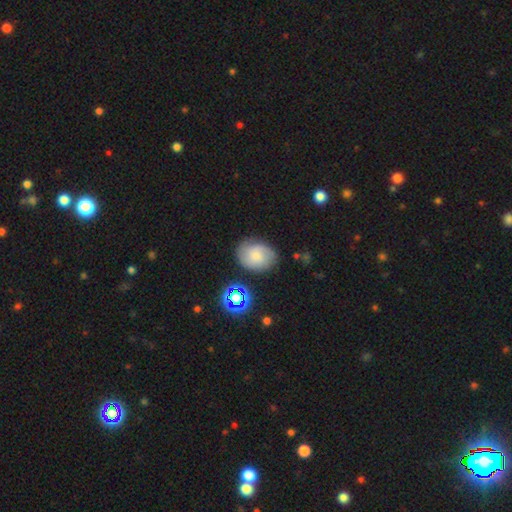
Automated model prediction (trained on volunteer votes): Morphology: type=smooth (58%); roundness=in between (57%); merging=none (74%).